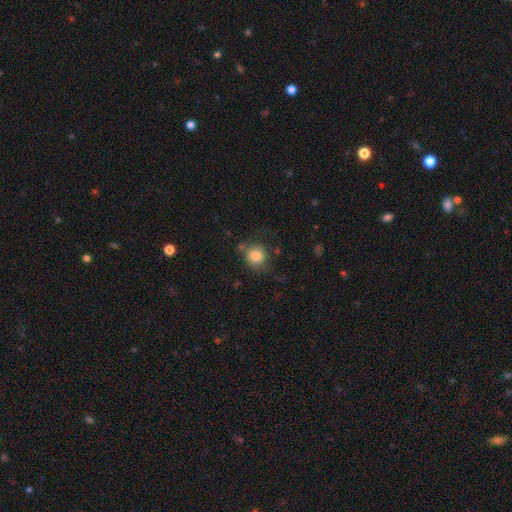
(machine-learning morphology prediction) A smooth galaxy with no disk features (82%) that is round (83%).

Vote fractions:
- Smooth or featured? smooth: 82% / star or artifact: 10% / featured or disk: 8%
- How rounded? round: 83% / in between: 16% / cigar-shaped: 1%
- Merging? none: 72% / minor disturbance: 17% / major disturbance: 6% / merger: 5%